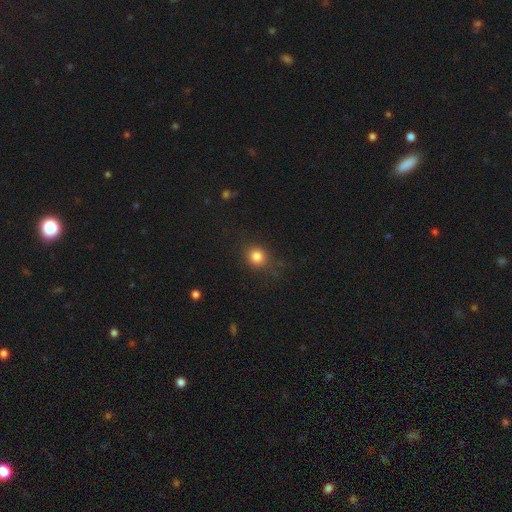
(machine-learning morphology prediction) Smooth or featured? Predicted: smooth (p=0.82). How rounded? Predicted: round (p=0.82). Merging? Predicted: none (p=0.80).